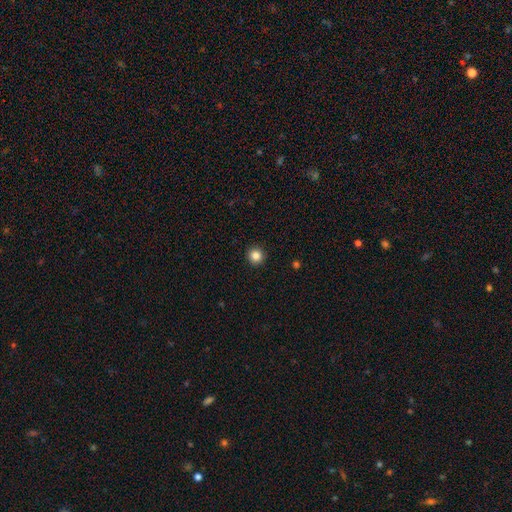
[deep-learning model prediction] Smooth or featured: smooth — 85% (star or artifact — 11%)
How rounded: round — 95% (in between — 4%)
Merging: none — 93% (minor disturbance — 4%)